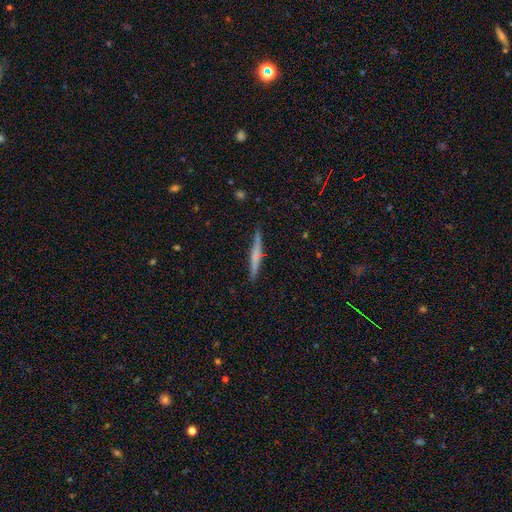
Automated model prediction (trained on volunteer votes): smooth_or_featured: featured or disk (p=0.56) [alt: smooth p=0.37]
disk_edge_on: yes (p=0.97) [alt: no p=0.03]
edge_on_bulge: rounded (p=0.59) [alt: none p=0.34]
merging: none (p=0.88) [alt: minor disturbance p=0.09]